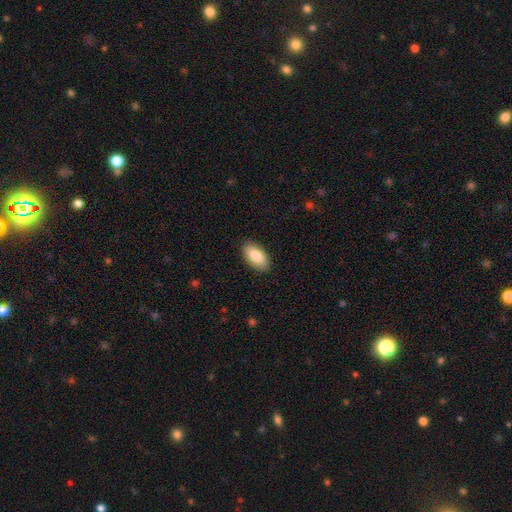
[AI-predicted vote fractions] Smooth or featured? Predicted: smooth (p=0.86). How rounded? Predicted: in between (p=0.93). Merging? Predicted: none (p=0.88).